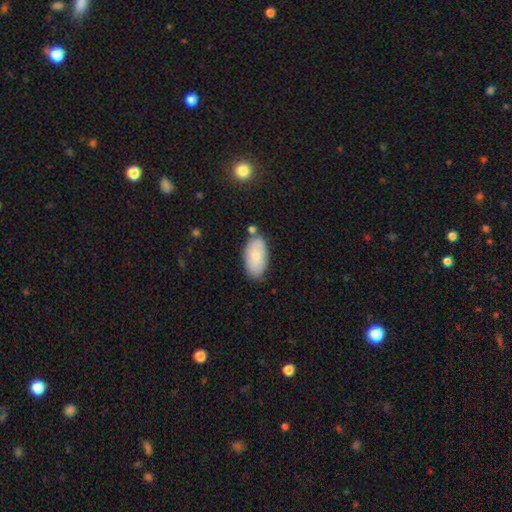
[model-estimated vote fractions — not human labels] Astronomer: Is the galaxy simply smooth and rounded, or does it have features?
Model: smooth — 81%.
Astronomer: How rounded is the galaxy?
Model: in between — 95%.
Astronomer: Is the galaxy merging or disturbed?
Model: none — 75%.